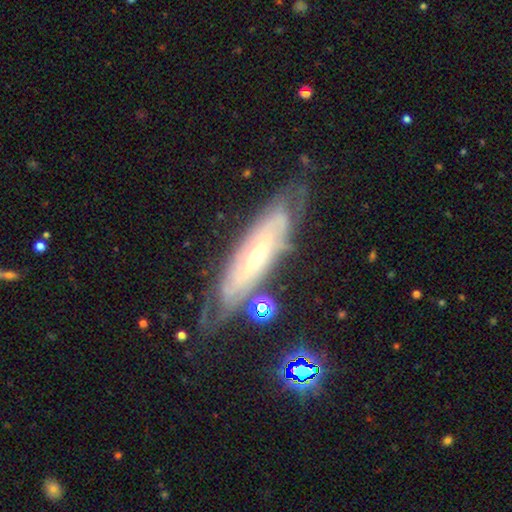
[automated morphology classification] smooth-or-featured: featured or disk: 78% | smooth: 15% | star or artifact: 7%
  disk-edge-on: no: 71% | yes: 29%
    bar: no: 57% | weak: 30% | strong: 14%
    has-spiral-arms: yes: 86% | no: 14%
    bulge-size: small: 66% | moderate: 29% | large: 2% | none: 2% | dominant: 1%
  merging: none: 70% | minor disturbance: 20% | major disturbance: 7% | merger: 3%